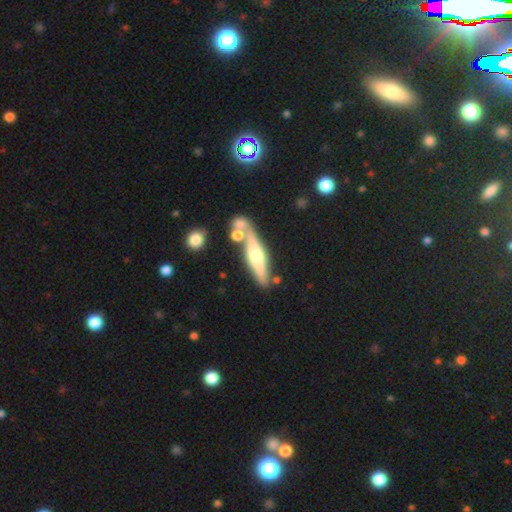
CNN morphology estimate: A featured or disk galaxy (62%) viewed edge-on (93%) with a rounded central bulge (87%).

Vote fractions:
- Smooth or featured? featured or disk: 62% / smooth: 30% / star or artifact: 8%
- Edge-on disk? yes: 93% / no: 7%
- Edge-on bulge? rounded: 87% / boxy: 8% / none: 5%
- Merging? none: 68% / merger: 15% / minor disturbance: 13% / major disturbance: 4%